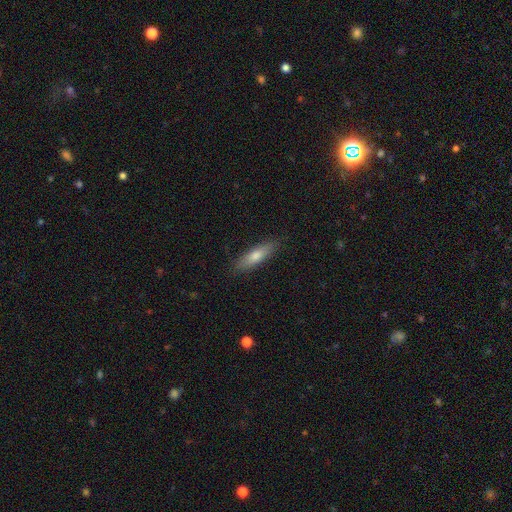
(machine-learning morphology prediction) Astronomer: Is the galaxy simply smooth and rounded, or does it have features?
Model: smooth — 67%.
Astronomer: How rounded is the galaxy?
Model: cigar-shaped — 69%.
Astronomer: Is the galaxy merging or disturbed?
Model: none — 87%.